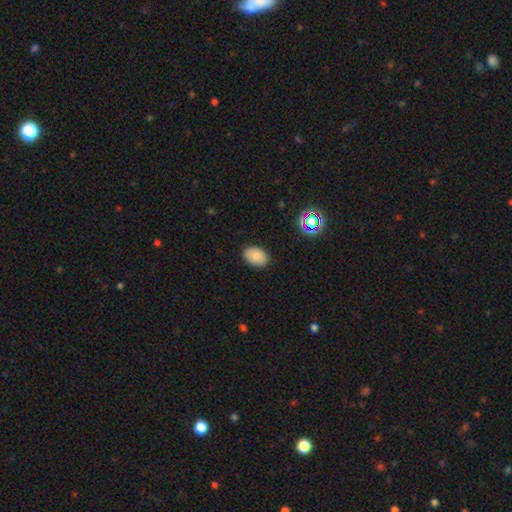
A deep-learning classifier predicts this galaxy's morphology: Overall: smooth (82%). How rounded: in between (83%). Merging: none (87%).